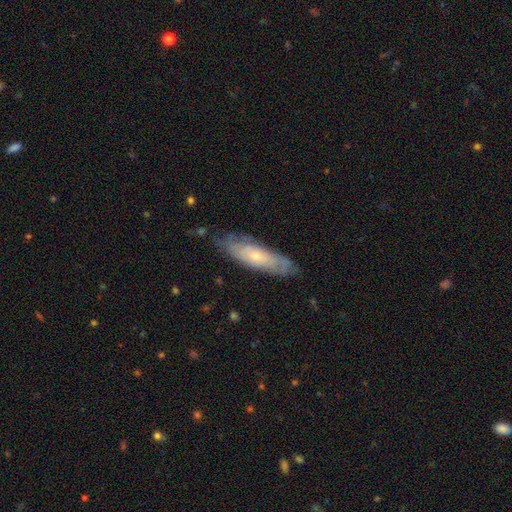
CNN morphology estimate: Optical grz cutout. It shows a featured or disk galaxy (58%). Merging: none (73%).